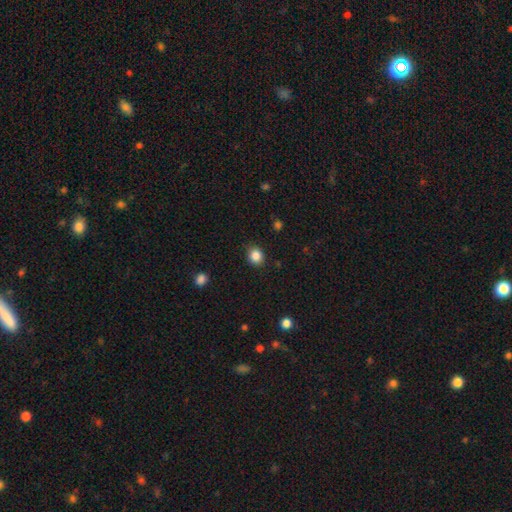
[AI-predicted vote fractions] Smooth or featured: smooth — 86% (star or artifact — 11%)
How rounded: round — 75% (in between — 24%)
Merging: none — 86% (minor disturbance — 10%)